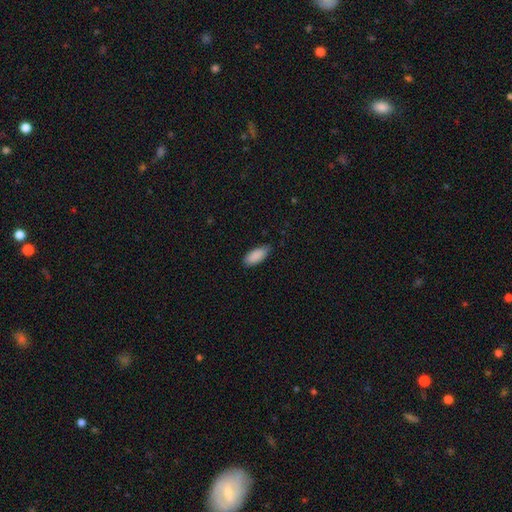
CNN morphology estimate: A smooth galaxy with no disk features (90%) that is in between round and cigar-shaped (88%). Merging: none (77%).